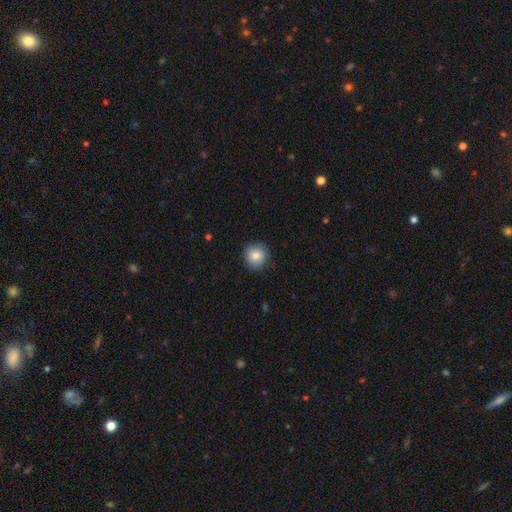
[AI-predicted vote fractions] smooth 83%, star or artifact 9%, featured or disk 8%. Down the decision tree: how rounded — round (91%); merging — none (86%).